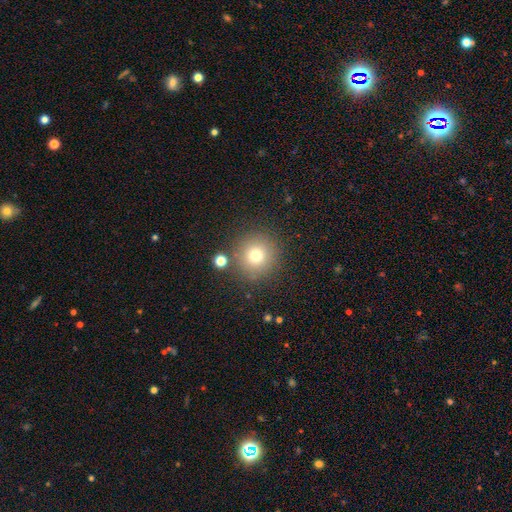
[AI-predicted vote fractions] The model was most divided on "smooth or featured": smooth: 74%, star or artifact: 15%, featured or disk: 11%. More confident: how rounded — round (95%); merging — none (84%).